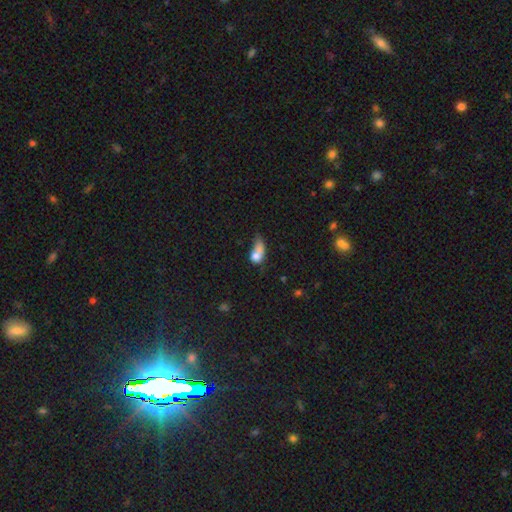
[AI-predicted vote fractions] Smooth or featured? smooth (69%)
How rounded? in between (63%)
Merging? merger (34%)